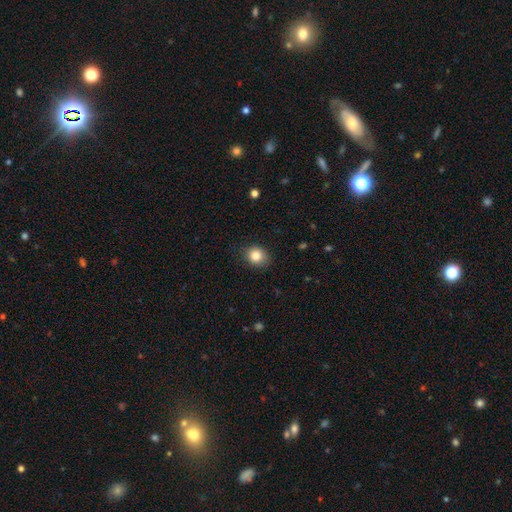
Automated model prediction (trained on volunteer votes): Smooth or featured?
  - smooth: 84% *
  - star or artifact: 10%
  - featured or disk: 6%
How rounded?
  - round: 65% *
  - in between: 34%
  - cigar-shaped: 1%
Merging?
  - none: 83% *
  - minor disturbance: 13%
  - major disturbance: 3%
  - merger: 1%